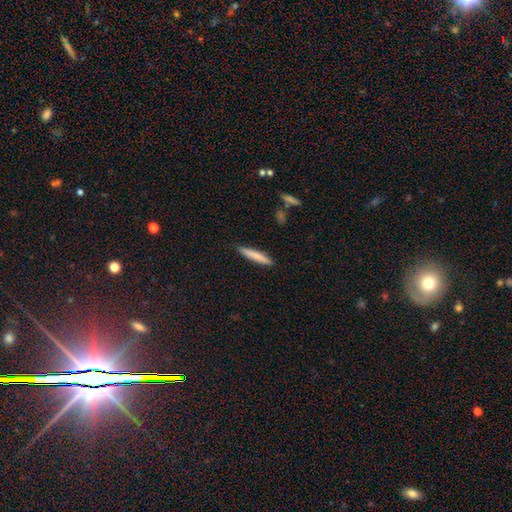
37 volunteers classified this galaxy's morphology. Smooth or featured? 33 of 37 (89%) said smooth. How rounded? 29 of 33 (88%) said cigar-shaped. Merging? 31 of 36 (86%) said none.